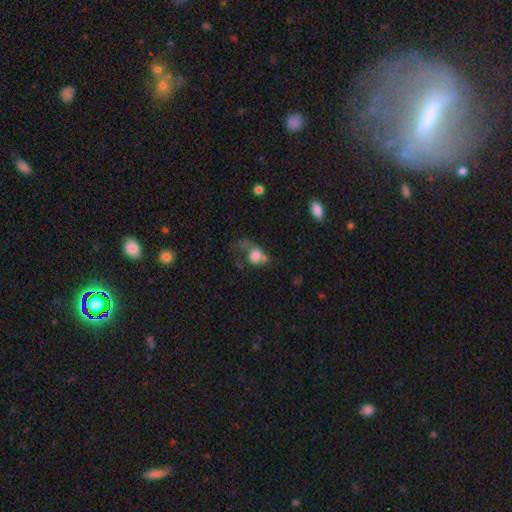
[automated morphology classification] smooth-or-featured: smooth: 69% | featured or disk: 19% | star or artifact: 11%
  how-rounded: round: 59% | in between: 39% | cigar-shaped: 2%
  merging: major disturbance: 41% | none: 24% | minor disturbance: 19% | merger: 15%